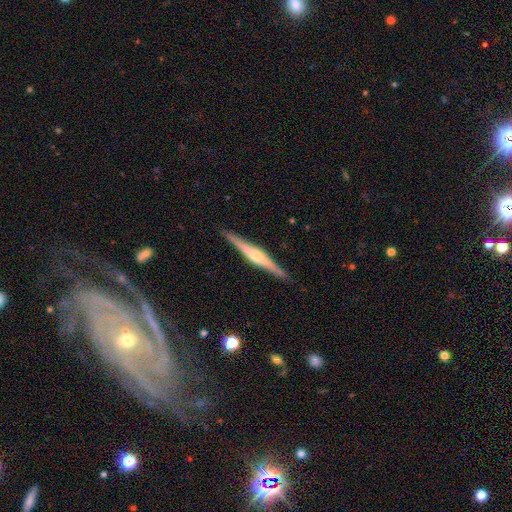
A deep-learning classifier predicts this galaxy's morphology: smooth_or_featured: featured or disk (p=0.76) [alt: smooth p=0.19]
disk_edge_on: yes (p=0.98) [alt: no p=0.02]
edge_on_bulge: rounded (p=0.79) [alt: boxy p=0.13]
merging: none (p=0.91) [alt: minor disturbance p=0.06]